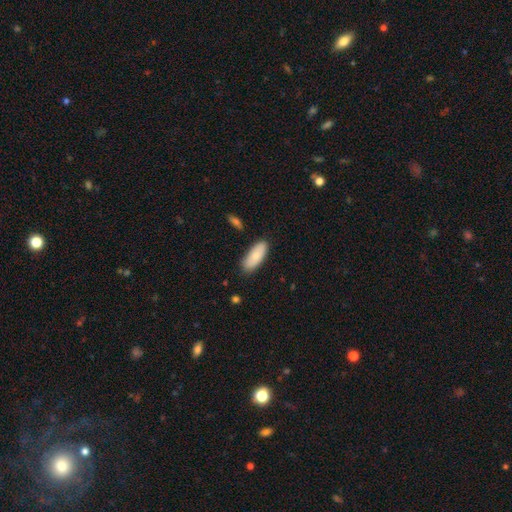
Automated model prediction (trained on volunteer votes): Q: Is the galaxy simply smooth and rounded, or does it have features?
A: smooth — 82%.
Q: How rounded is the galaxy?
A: in between — 83%.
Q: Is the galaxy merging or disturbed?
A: none — 82%.